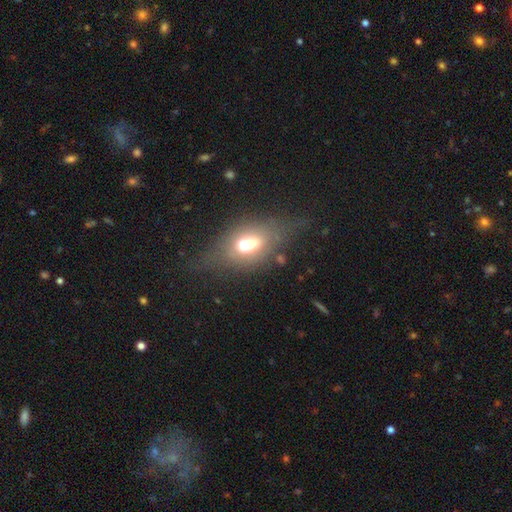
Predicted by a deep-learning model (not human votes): smooth 42%, featured or disk 34%, star or artifact 25%. Down the decision tree: merging — none (80%).